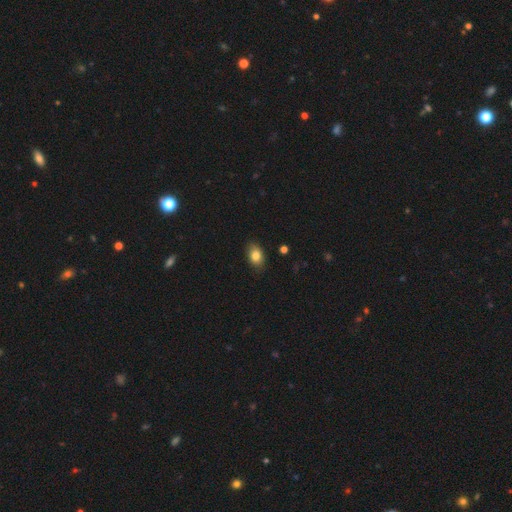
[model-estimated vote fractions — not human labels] Smooth or featured?
  - smooth: 84% *
  - star or artifact: 9%
  - featured or disk: 8%
How rounded?
  - in between: 82% *
  - round: 16%
  - cigar-shaped: 2%
Merging?
  - none: 84% *
  - minor disturbance: 13%
  - major disturbance: 2%
  - merger: 1%